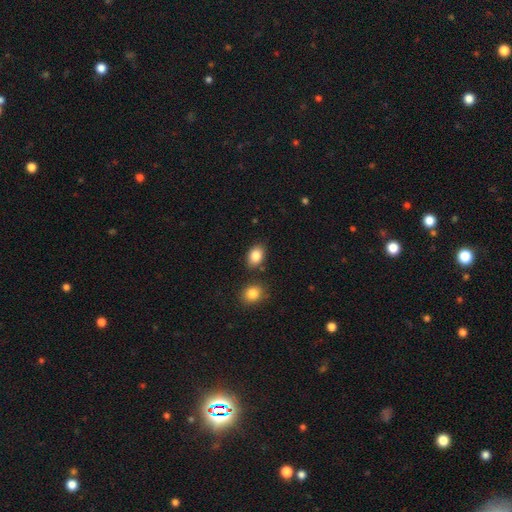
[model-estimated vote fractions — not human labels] A smooth galaxy with no disk features (85%) that is in between round and cigar-shaped (80%). Merging: none (78%).